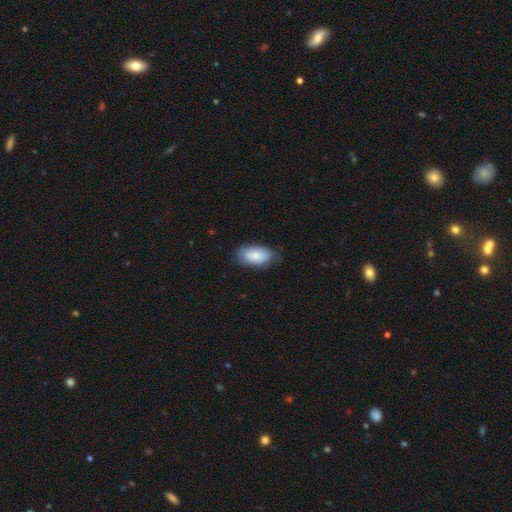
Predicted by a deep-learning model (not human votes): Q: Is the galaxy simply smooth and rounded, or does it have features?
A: smooth — 83%.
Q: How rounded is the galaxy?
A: in between — 94%.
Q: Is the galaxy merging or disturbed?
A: none — 72%.